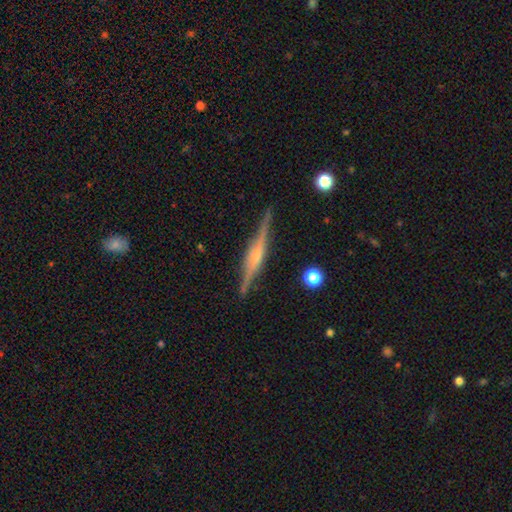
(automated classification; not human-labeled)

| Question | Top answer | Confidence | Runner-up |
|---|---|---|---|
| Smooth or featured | featured or disk | 81% | smooth (14%) |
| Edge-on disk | yes | 98% | no (2%) |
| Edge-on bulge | rounded | 64% | boxy (24%) |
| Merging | none | 88% | minor disturbance (9%) |